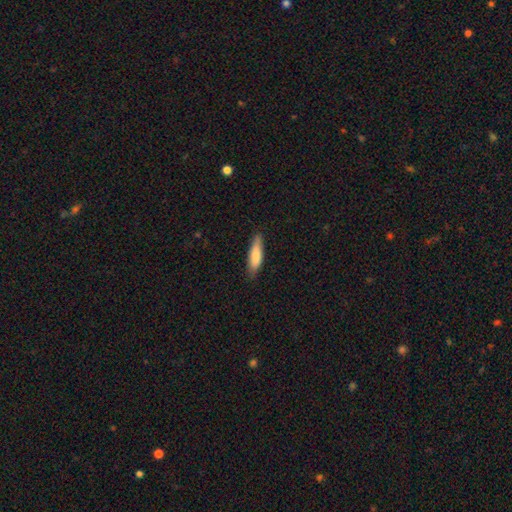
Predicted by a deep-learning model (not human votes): Overall: smooth (80%). How rounded: cigar-shaped (65%; in between 33%). Merging: none (81%).